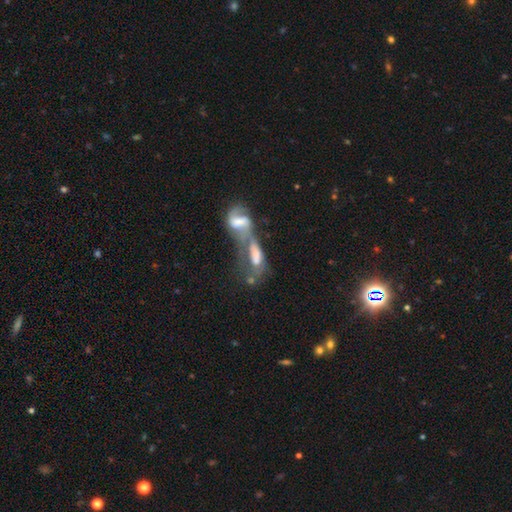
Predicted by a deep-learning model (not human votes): Morphology: type=featured or disk (47%); merging=merger (77%).